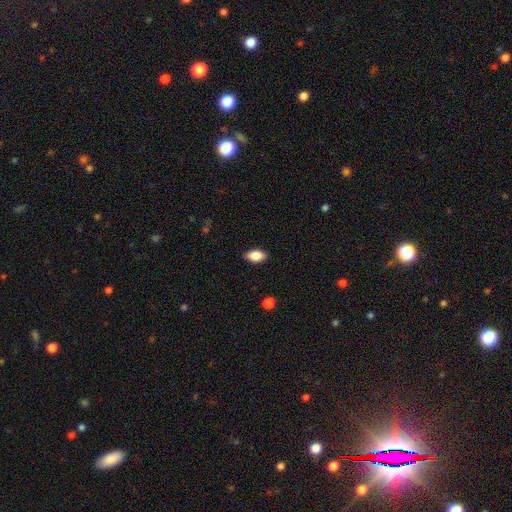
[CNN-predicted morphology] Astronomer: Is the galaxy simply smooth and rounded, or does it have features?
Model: smooth — 85%.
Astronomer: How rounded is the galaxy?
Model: in between — 91%.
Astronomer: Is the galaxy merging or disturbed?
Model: none — 86%.